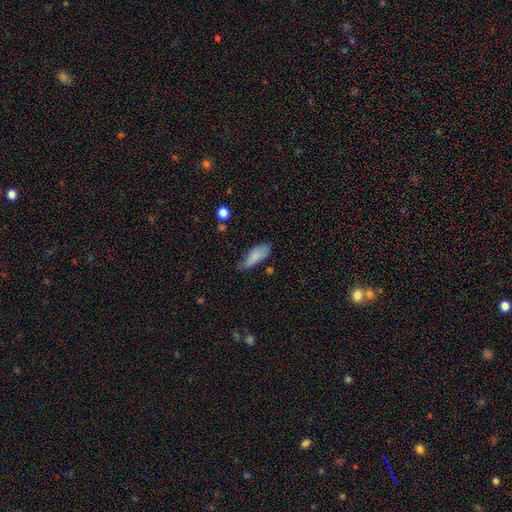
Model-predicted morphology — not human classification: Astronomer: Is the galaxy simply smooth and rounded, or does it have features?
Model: smooth — 82%.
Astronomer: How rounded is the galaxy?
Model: in between — 67%.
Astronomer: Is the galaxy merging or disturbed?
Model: none — 52% (runner-up: minor disturbance, 36%).